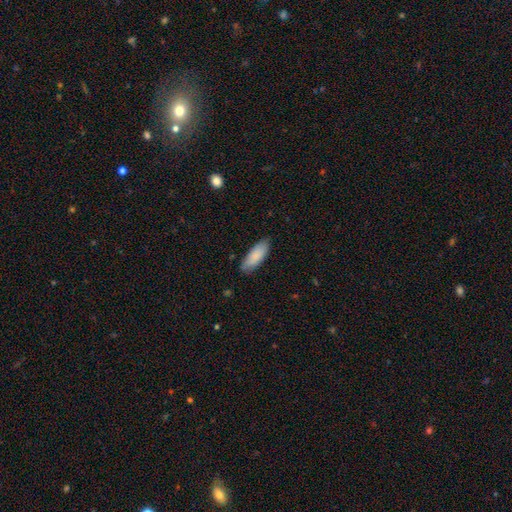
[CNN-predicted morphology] Smooth or featured?
  - smooth: 86% *
  - featured or disk: 9%
  - star or artifact: 5%
How rounded?
  - in between: 73% *
  - cigar-shaped: 26%
  - round: 1%
Merging?
  - none: 79% *
  - minor disturbance: 17%
  - major disturbance: 3%
  - merger: 1%